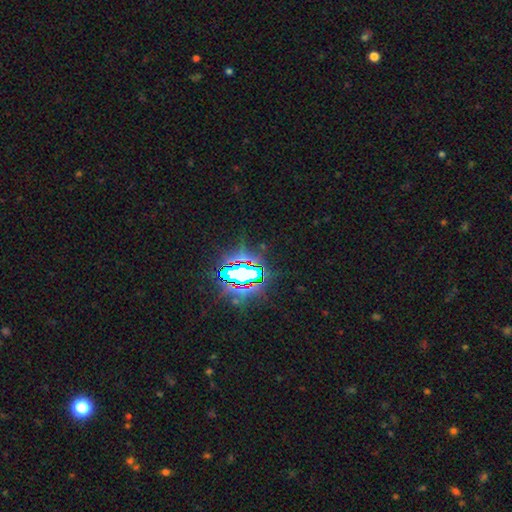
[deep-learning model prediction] smooth-or-featured: star or artifact: 85% | smooth: 9% | featured or disk: 6%